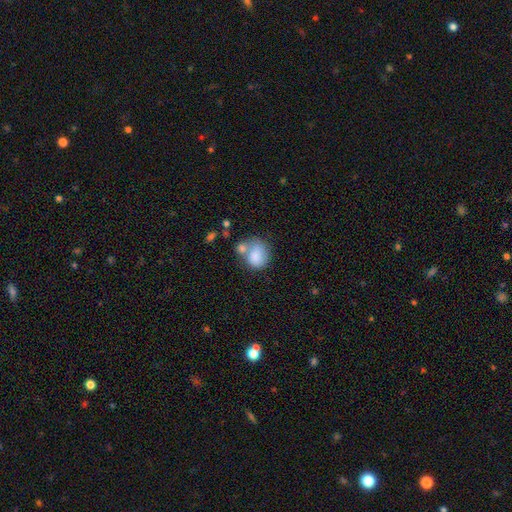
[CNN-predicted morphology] Smooth or featured: smooth — 80% (featured or disk — 13%)
How rounded: round — 52% (in between — 47%)
Merging: merger — 40% (none — 34%)